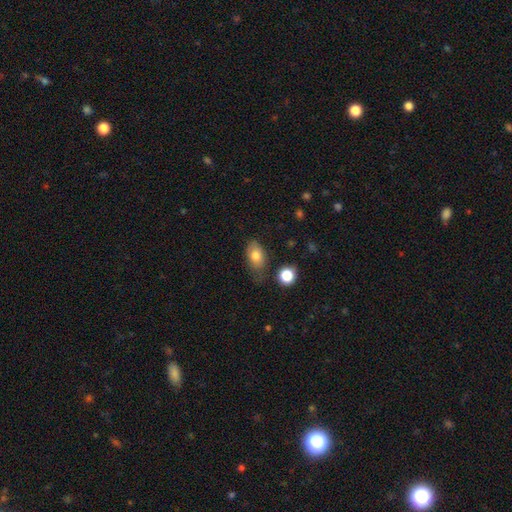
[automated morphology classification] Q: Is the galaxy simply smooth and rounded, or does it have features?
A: smooth — 78%.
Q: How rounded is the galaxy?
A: in between — 85%.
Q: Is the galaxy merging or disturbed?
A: none — 60%.